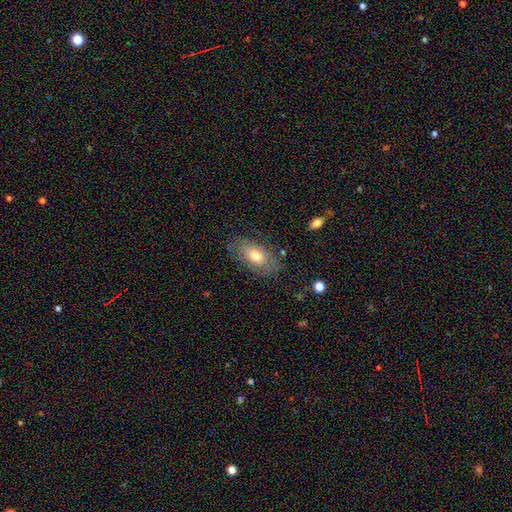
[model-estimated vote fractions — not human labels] Smooth or featured? Predicted: smooth (p=0.66). How rounded? Predicted: in between (p=0.90). Merging? Predicted: none (p=0.77).